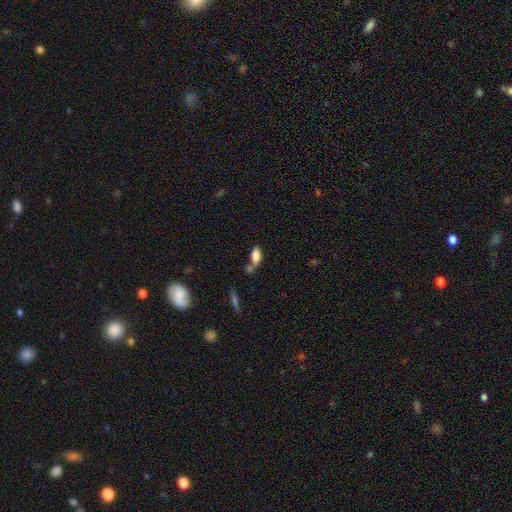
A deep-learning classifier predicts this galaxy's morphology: The model was most divided on "merging": none: 50%, merger: 29%, minor disturbance: 16%, major disturbance: 6%. More confident: how rounded — in between (84%); smooth or featured — smooth (80%).